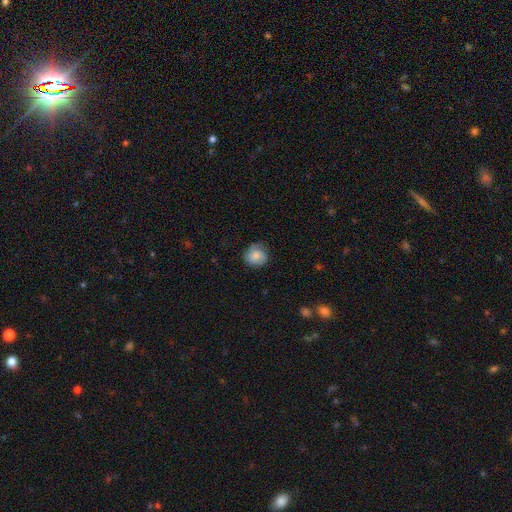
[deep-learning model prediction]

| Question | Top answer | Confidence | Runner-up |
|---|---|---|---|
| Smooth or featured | smooth | 75% | featured or disk (17%) |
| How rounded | round | 85% | in between (14%) |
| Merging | none | 72% | minor disturbance (21%) |